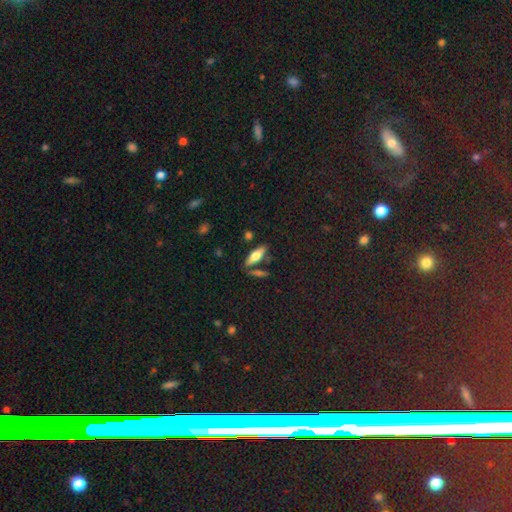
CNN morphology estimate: A smooth galaxy with no disk features (55%) that is in between round and cigar-shaped (52%). Merging: none (75%).